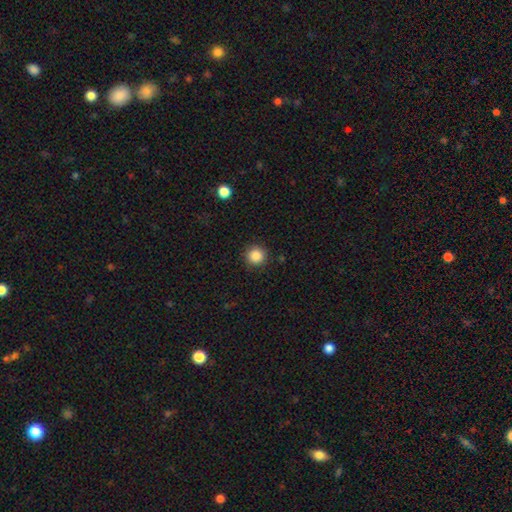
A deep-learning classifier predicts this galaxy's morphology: This is clearly a smooth galaxy (87%). How rounded: clearly round (95%). Merging: clearly none (91%).